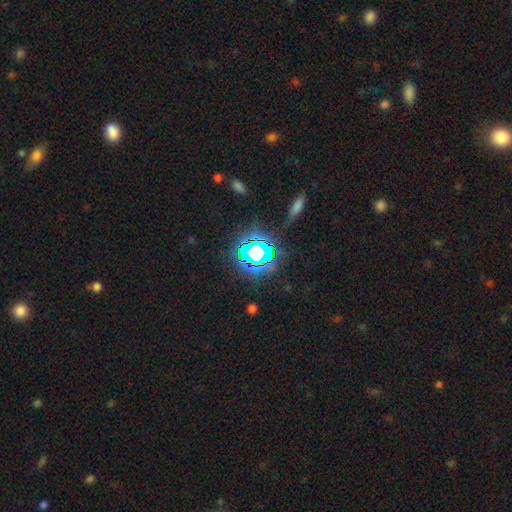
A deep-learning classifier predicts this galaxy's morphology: star or artifact 74%, smooth 15%, featured or disk 10%.